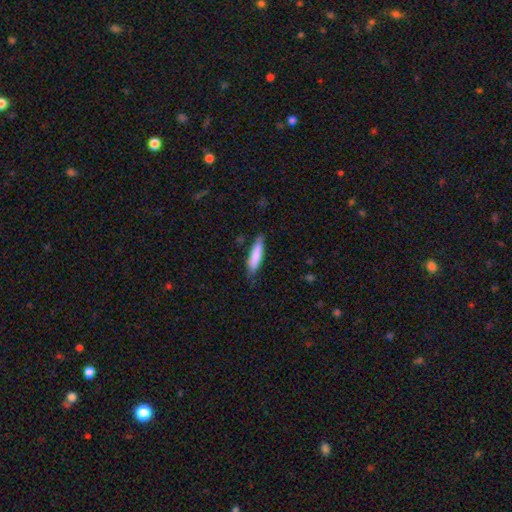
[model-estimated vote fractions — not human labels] Q: Smooth or featured?
A: smooth (80%); runner-up: featured or disk (15%)
Q: How rounded?
A: cigar-shaped (76%); runner-up: in between (22%)
Q: Merging?
A: none (77%); runner-up: minor disturbance (18%)